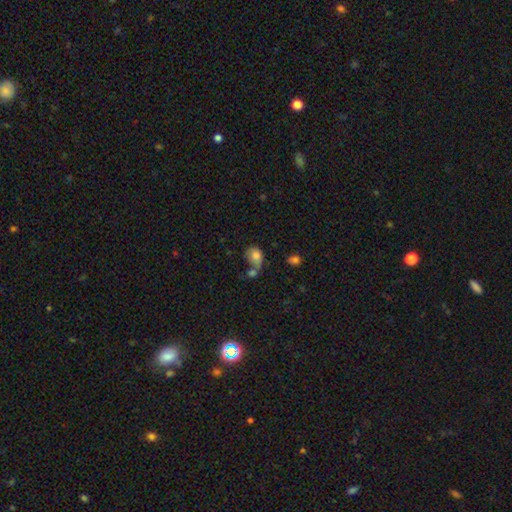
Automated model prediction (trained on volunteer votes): Smooth or featured? Predicted: smooth (p=0.79). How rounded? Predicted: in between (p=0.62). Merging? Predicted: merger (p=0.35).